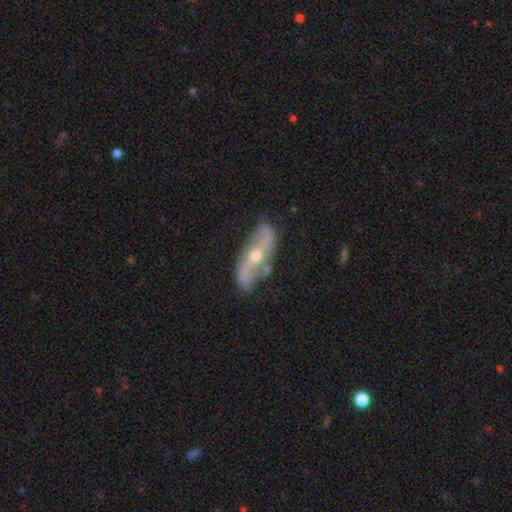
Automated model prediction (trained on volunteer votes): Morphology: type=featured or disk (84%); edge-on=no (87%); bar=no (42%); spiral arms=yes (90%); winding=loose (73%); arm count=2 (92%); bulge=moderate (58%); merging=none (72%).